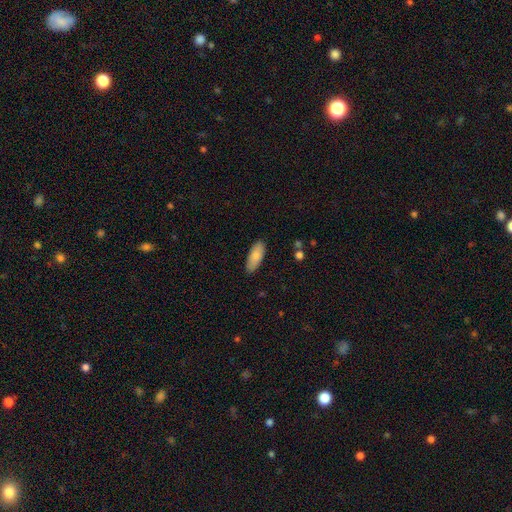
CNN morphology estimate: Overall: smooth (81%). How rounded: in between (80%). Merging: none (85%).